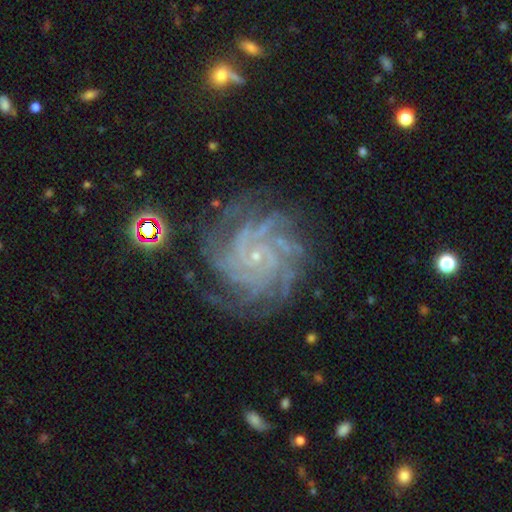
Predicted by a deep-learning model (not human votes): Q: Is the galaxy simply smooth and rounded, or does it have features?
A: featured or disk — 89%.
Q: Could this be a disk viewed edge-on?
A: no — 98%.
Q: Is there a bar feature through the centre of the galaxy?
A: no — 72%.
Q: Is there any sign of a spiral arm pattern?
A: yes — 98%.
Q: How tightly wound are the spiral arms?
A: tight — 74%.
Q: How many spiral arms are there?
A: more than 4 — 33%.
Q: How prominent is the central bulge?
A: small — 88%.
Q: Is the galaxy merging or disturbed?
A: none — 74%.